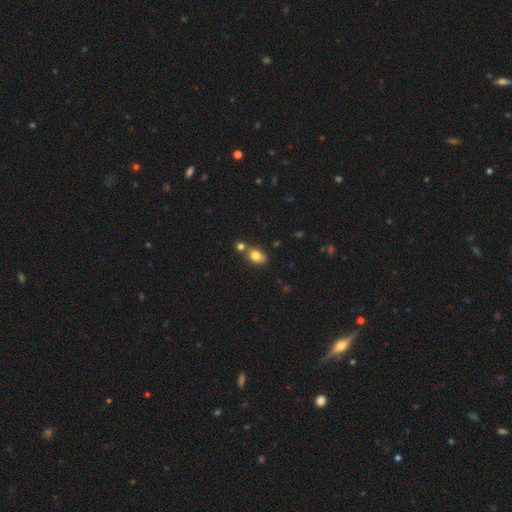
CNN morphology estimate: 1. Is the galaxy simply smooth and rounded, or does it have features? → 79% smooth, 12% featured or disk, 9% star or artifact.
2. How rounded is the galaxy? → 77% in between, 20% round, 2% cigar-shaped.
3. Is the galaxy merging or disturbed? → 53% none, 29% merger, 14% minor disturbance, 4% major disturbance.